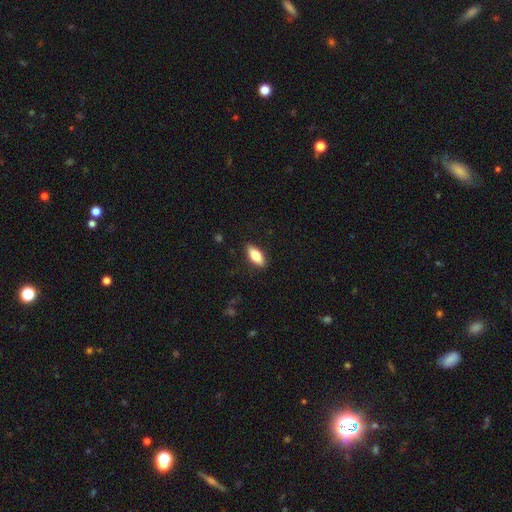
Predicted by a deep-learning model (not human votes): smooth-or-featured: smooth: 77% | featured or disk: 17% | star or artifact: 6%
  how-rounded: in between: 81% | cigar-shaped: 16% | round: 3%
  merging: none: 87% | minor disturbance: 10% | major disturbance: 2% | merger: 1%